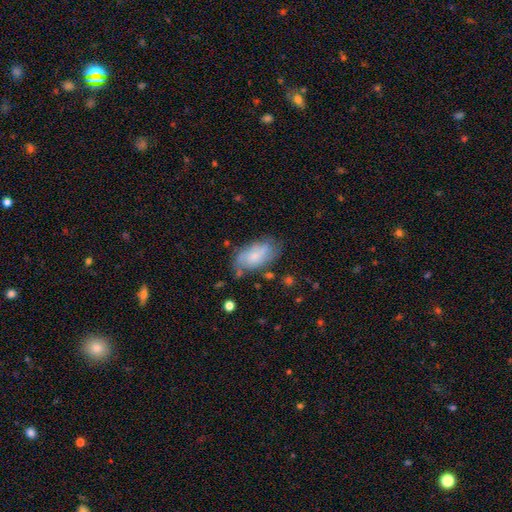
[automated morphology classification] This appears to be a smooth galaxy with no disk features (57%) that is in between round and cigar-shaped (92%). Merging: none (59%).